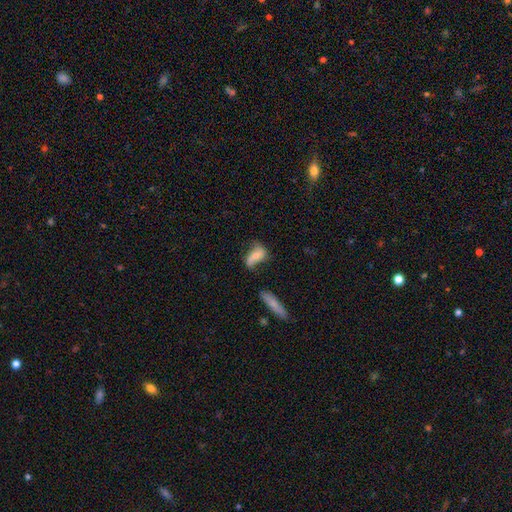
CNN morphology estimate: This is possibly a featured or disk galaxy (48%). Merging: marginally none (43%).